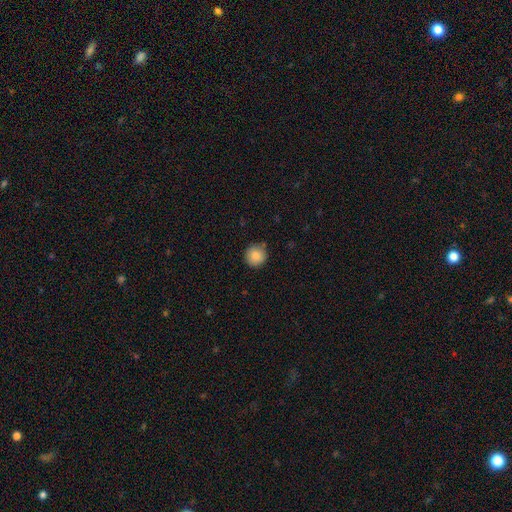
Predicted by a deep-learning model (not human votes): A smooth galaxy with no disk features (86%) that is round (95%).

Vote fractions:
- Smooth or featured? smooth: 86% / star or artifact: 8% / featured or disk: 5%
- How rounded? round: 95% / in between: 4% / cigar-shaped: 1%
- Merging? none: 87% / minor disturbance: 10% / major disturbance: 2% / merger: 2%